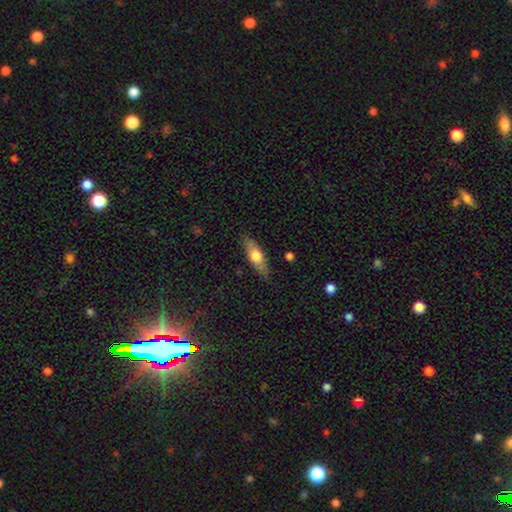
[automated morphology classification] type=smooth (60%); roundness=in between (51%); merging=none (83%).